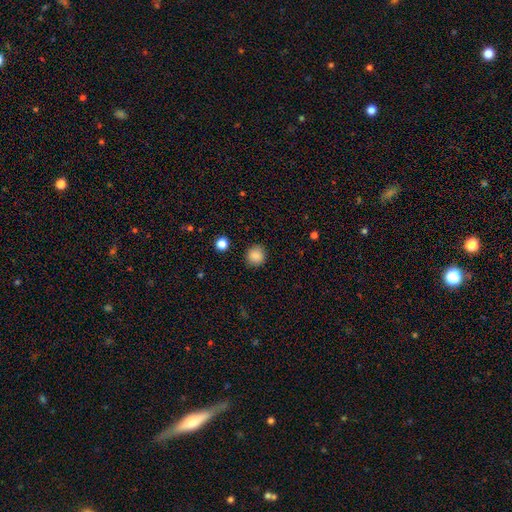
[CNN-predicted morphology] Overall: smooth (86%). How rounded: round (90%). Merging: none (90%).